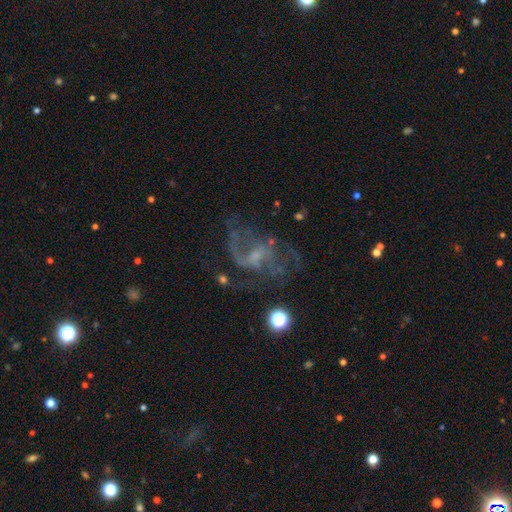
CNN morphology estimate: Smooth or featured? featured or disk (73%)
Edge-on disk? no (97%)
Bar? no (50%)
Spiral arms? yes (72%)
Spiral winding? loose (57%)
Spiral arm count? 2 (41%)
Bulge size? small (50%)
Merging? none (45%)